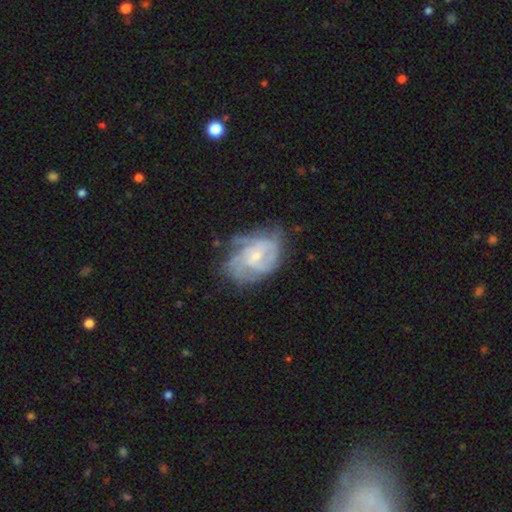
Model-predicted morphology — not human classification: The model was most divided on "spiral winding": tight: 48%, medium: 39%, loose: 13%. Remaining: edge-on disk — no (98%); spiral arms — yes (84%); smooth or featured — featured or disk (77%); bulge size — small (66%); bar — no (59%); merging — none (51%); spiral arm count — can't tell (40%).